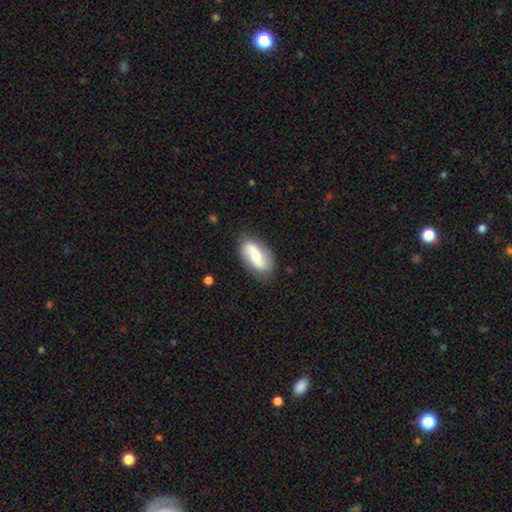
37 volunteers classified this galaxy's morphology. Overall: featured or disk (54%; smooth 43%). Edge-on disk: no (85%). Bar: no (53%; weak 29%). Spiral arms: yes (88%). Spiral arm count: 2 (100%). Spiral winding: loose (80%). Bulge size: moderate (59%; small 24%). Merging: none (83%).